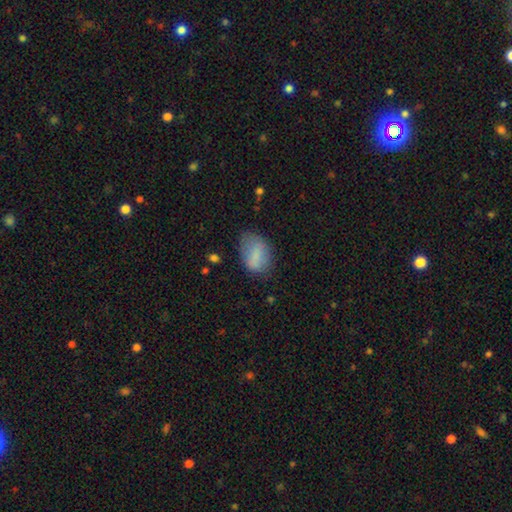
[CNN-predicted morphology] A smooth galaxy with no disk features (77%) that is in between round and cigar-shaped (85%). Merging: none (58%).